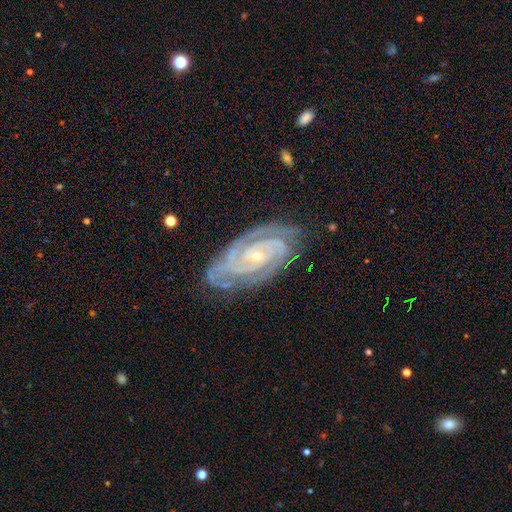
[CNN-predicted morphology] The model was most divided on "spiral arm count": 2: 43%, 3: 27%, 4: 11%, can't tell: 9%, more than 4: 5%, 1: 5%. More confident: spiral arms — yes (99%); edge-on disk — no (96%); smooth or featured — featured or disk (91%); spiral winding — tight (80%); bulge size — small (79%); merging — none (76%); bar — no (57%).